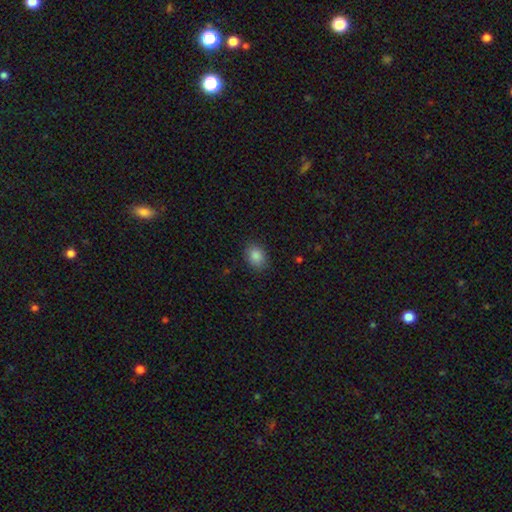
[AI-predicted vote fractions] smooth-or-featured: smooth: 87% | star or artifact: 9% | featured or disk: 4%
  how-rounded: in between: 66% | round: 33% | cigar-shaped: 1%
  merging: none: 87% | minor disturbance: 10% | major disturbance: 2% | merger: 1%